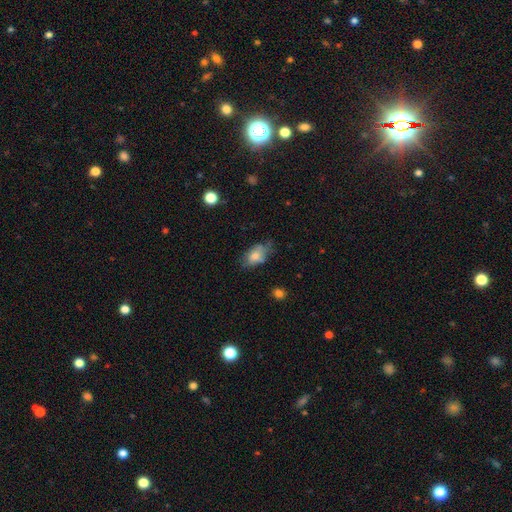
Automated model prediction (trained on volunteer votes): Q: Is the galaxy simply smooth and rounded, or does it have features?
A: smooth — 77%.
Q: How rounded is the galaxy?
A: in between — 90%.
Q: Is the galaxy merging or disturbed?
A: none — 54%.